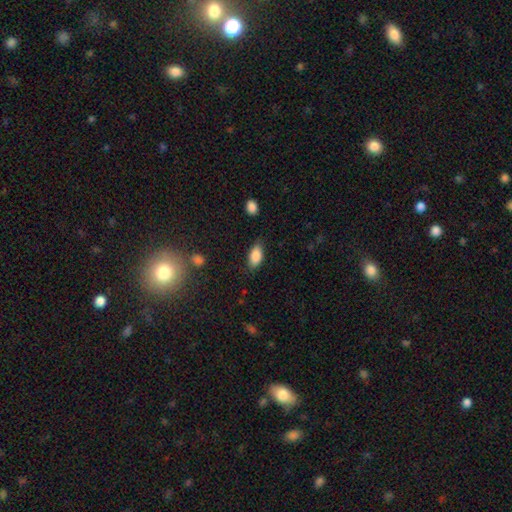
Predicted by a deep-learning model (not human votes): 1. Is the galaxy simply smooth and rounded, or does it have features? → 87% smooth, 7% star or artifact, 5% featured or disk.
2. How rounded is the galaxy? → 91% in between, 5% cigar-shaped, 4% round.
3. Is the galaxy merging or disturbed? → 78% none, 17% minor disturbance, 4% major disturbance, 2% merger.